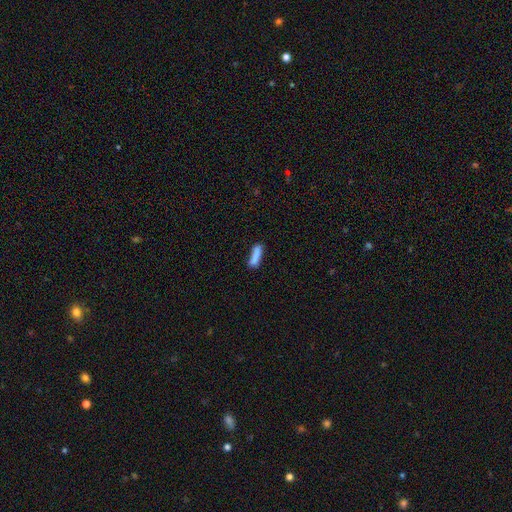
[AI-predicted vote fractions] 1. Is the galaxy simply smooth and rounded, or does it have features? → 83% smooth, 9% featured or disk, 8% star or artifact.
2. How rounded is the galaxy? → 71% cigar-shaped, 28% in between, 2% round.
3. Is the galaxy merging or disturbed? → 68% none, 19% minor disturbance, 8% merger, 5% major disturbance.